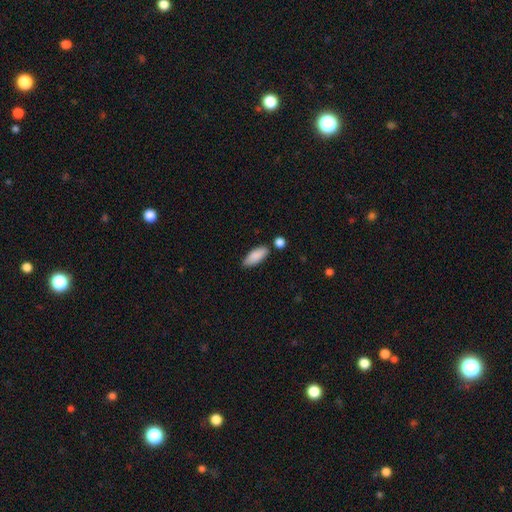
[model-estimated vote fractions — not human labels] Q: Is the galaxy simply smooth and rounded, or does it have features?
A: smooth — 88%.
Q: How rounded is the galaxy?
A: in between — 76%.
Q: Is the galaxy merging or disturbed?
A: none — 75%.